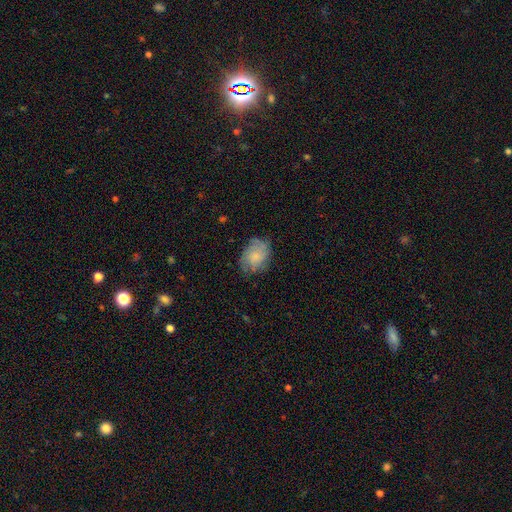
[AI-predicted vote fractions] Overall: smooth (53%; featured or disk 38%). How rounded: in between (73%). Merging: none (65%).